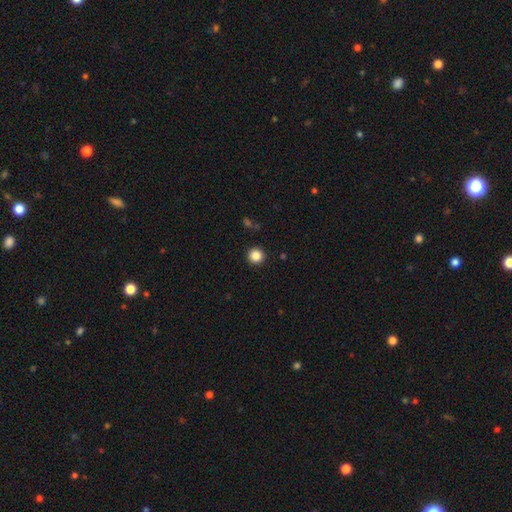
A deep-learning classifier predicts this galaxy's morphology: Smooth or featured?
  - smooth: 86% *
  - star or artifact: 10%
  - featured or disk: 3%
How rounded?
  - round: 95% *
  - in between: 4%
  - cigar-shaped: 1%
Merging?
  - none: 92% *
  - minor disturbance: 5%
  - major disturbance: 2%
  - merger: 1%